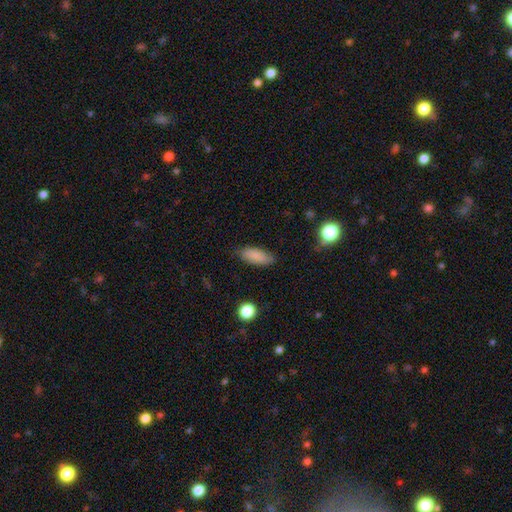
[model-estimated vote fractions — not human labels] Overall: smooth (85%). How rounded: in between (78%). Merging: none (82%).